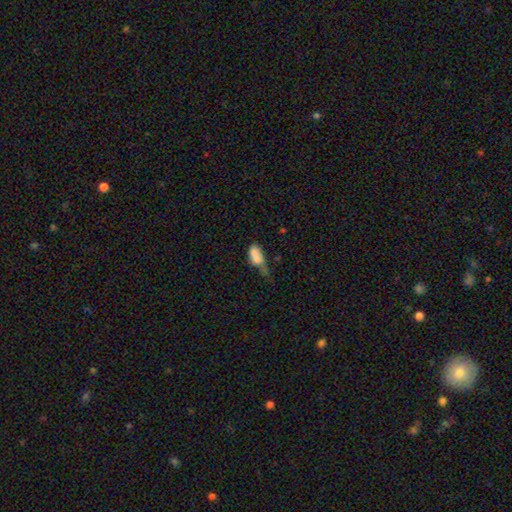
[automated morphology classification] smooth-or-featured: smooth: 76% | featured or disk: 15% | star or artifact: 9%
  how-rounded: in between: 85% | cigar-shaped: 10% | round: 5%
  merging: minor disturbance: 34% | major disturbance: 32% | none: 20% | merger: 14%